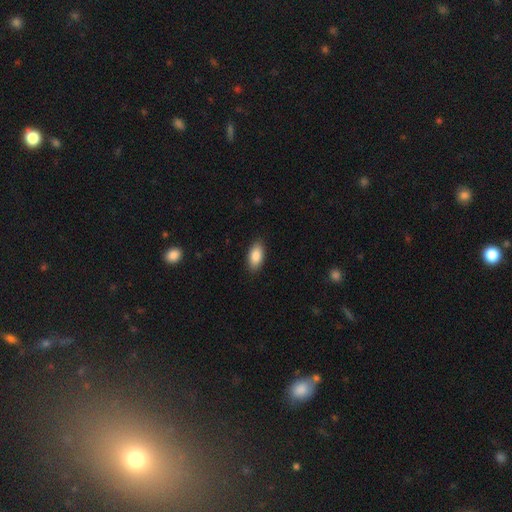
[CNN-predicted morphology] The model was most divided on "merging": none: 88%, minor disturbance: 9%, major disturbance: 2%, merger: 1%. More confident: how rounded — in between (92%); smooth or featured — smooth (88%).